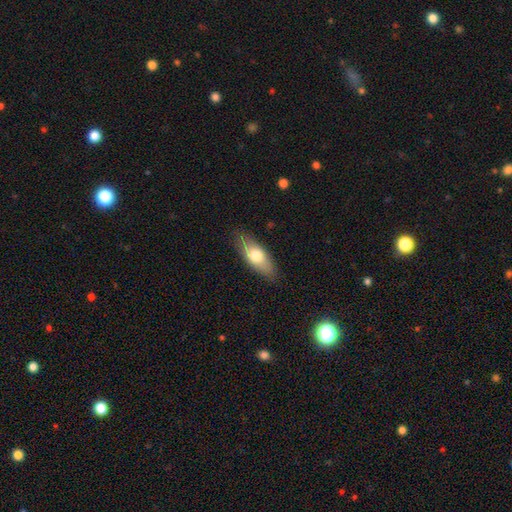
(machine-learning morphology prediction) This is likely a smooth galaxy (67%). How rounded: likely in between (76%). Merging: clearly none (81%).